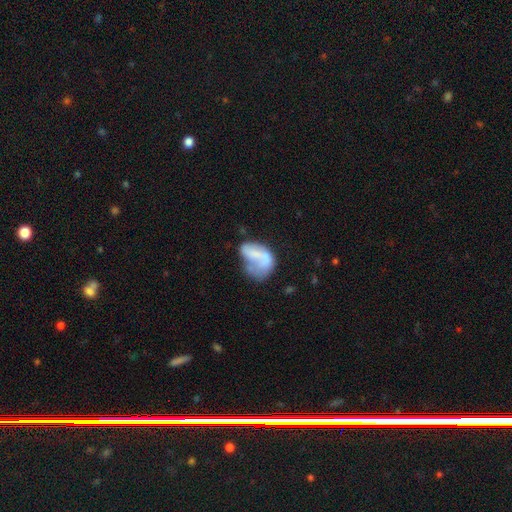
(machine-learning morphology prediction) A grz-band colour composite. It shows a smooth galaxy with no disk features (53%) that is in between round and cigar-shaped (79%). Merging: major disturbance (35%).